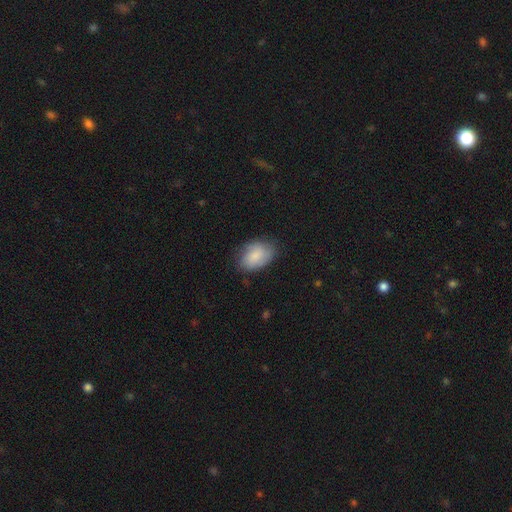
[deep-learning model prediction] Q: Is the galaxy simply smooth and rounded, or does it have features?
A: smooth — 79%.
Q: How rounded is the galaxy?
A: in between — 87%.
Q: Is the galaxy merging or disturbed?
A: none — 72%.